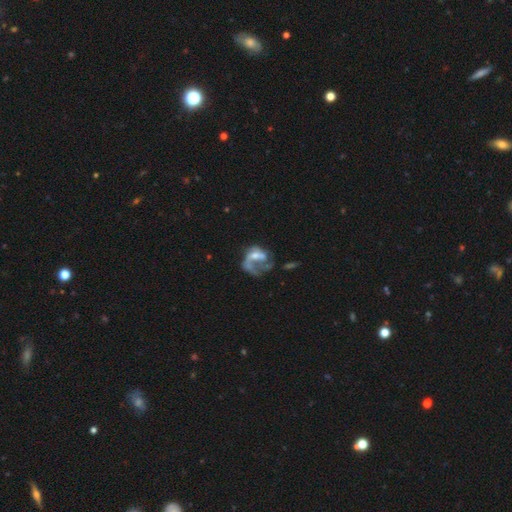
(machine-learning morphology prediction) featured or disk 67%, smooth 23%, star or artifact 9%. Down the decision tree: edge-on disk — no (98%); bar — no (61%); spiral arms — yes (62%); bulge size — moderate (41%); merging — major disturbance (47%).